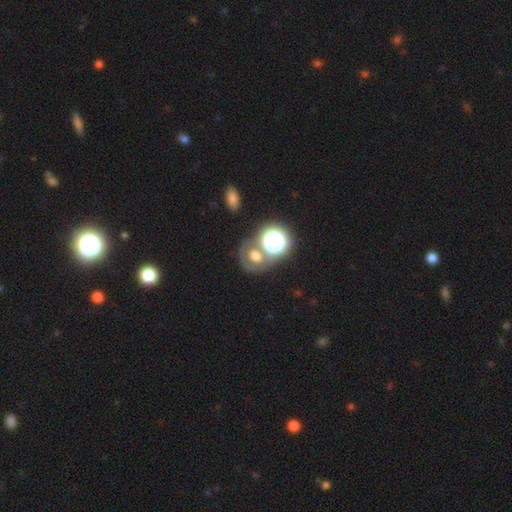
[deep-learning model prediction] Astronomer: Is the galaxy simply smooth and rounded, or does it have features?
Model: smooth — 50% (runner-up: star or artifact, 26%).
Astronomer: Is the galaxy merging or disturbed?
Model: none — 54%.